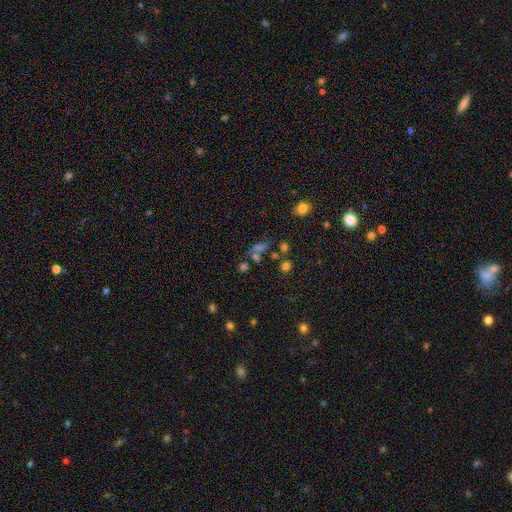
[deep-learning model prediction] The model was most divided on "smooth or featured": star or artifact: 45%, smooth: 38%, featured or disk: 18%.